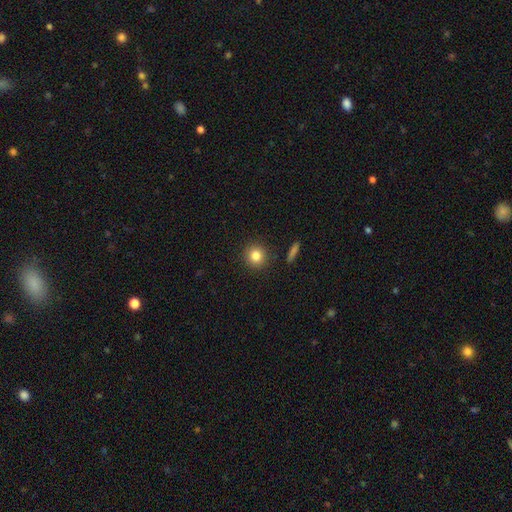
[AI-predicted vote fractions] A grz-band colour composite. It shows a smooth galaxy with no disk features (83%) that is round (92%). Merging: none (91%).